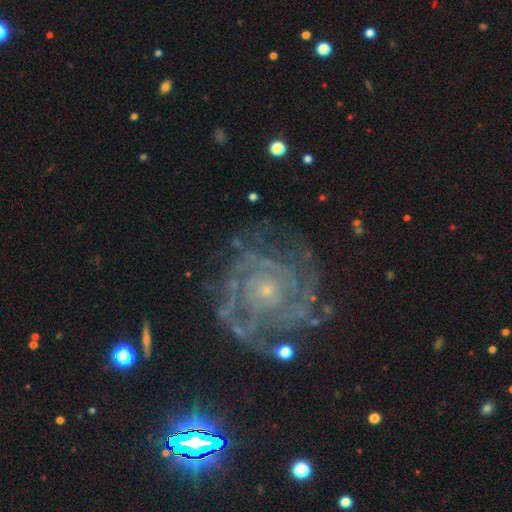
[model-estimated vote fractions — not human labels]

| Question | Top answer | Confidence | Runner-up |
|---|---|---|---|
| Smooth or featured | featured or disk | 85% | smooth (7%) |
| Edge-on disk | no | 98% | yes (2%) |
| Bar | no | 82% | weak (14%) |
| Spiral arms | yes | 93% | no (7%) |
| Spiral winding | tight | 73% | medium (22%) |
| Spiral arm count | can't tell | 34% | 3 (18%) |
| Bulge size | small | 78% | moderate (16%) |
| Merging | none | 70% | minor disturbance (17%) |